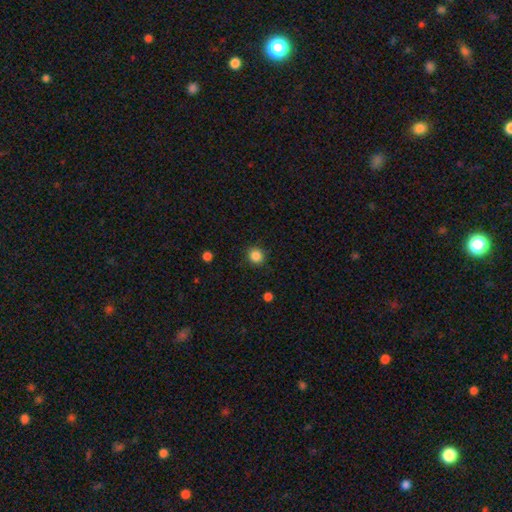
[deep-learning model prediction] A smooth galaxy with no disk features (86%) that is round (85%). Merging: none (89%).